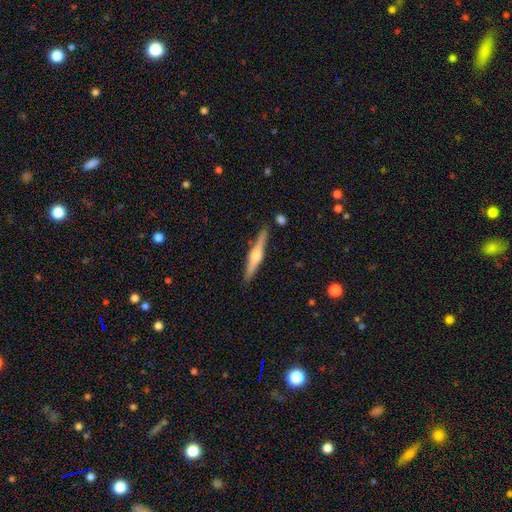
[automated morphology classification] Smooth or featured? featured or disk (71%)
Edge-on disk? yes (98%)
Edge-on bulge? rounded (90%)
Merging? none (88%)